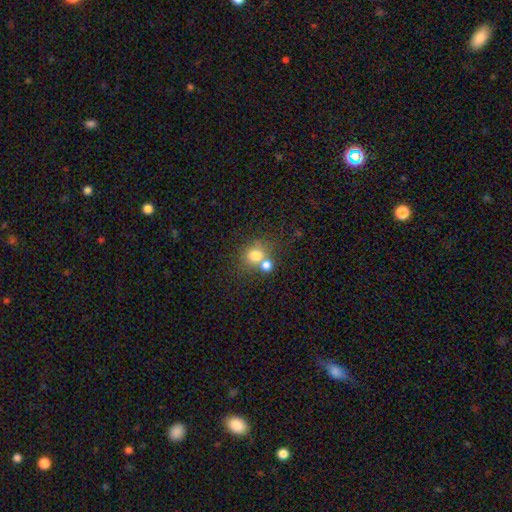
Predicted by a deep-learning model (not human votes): Smooth or featured? Predicted: smooth (p=0.76). How rounded? Predicted: round (p=0.78). Merging? Predicted: none (p=0.44, tied with merger).